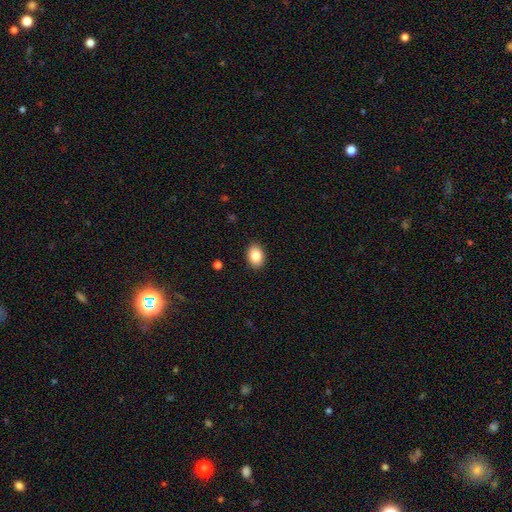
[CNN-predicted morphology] The model was most divided on "how rounded": in between: 78%, round: 21%, cigar-shaped: 1%. More confident: merging — none (89%); smooth or featured — smooth (86%).